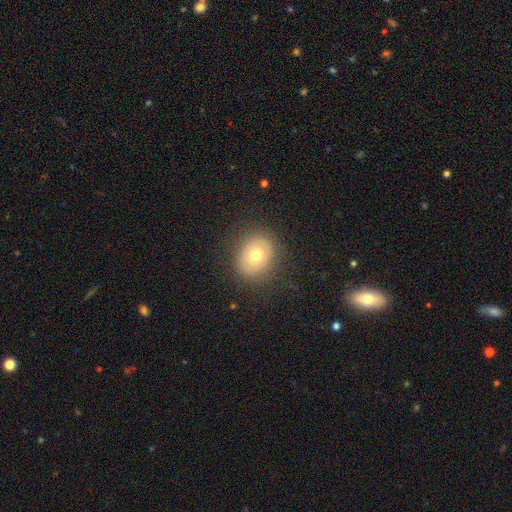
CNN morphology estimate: The model was most divided on "how rounded": round: 52%, in between: 47%, cigar-shaped: 1%. More confident: merging — none (86%); smooth or featured — smooth (65%).